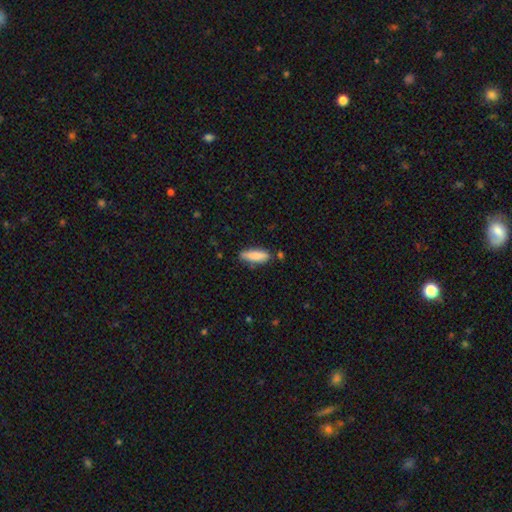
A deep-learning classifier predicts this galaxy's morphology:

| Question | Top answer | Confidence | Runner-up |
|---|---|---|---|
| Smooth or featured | smooth | 84% | featured or disk (10%) |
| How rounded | in between | 50% | cigar-shaped (48%) |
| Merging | none | 73% | minor disturbance (19%) |